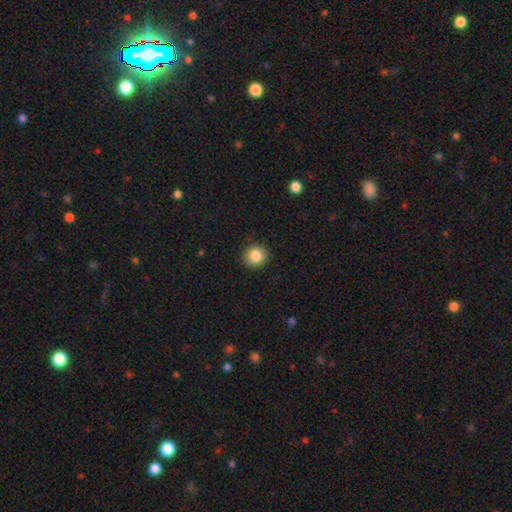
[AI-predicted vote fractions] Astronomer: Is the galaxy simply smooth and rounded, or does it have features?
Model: smooth — 85%.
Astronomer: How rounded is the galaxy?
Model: round — 91%.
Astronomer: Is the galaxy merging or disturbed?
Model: none — 90%.